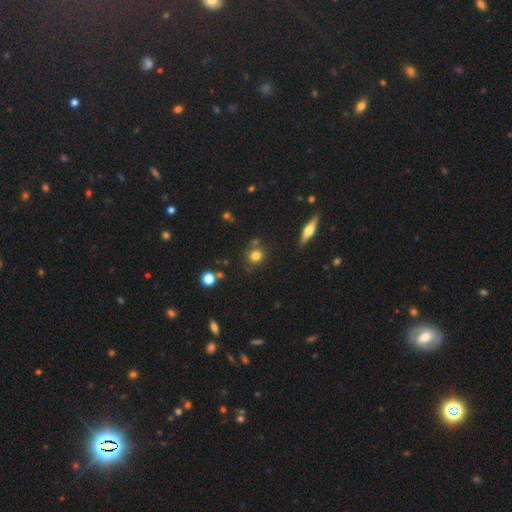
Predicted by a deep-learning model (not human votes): smooth 76%, star or artifact 13%, featured or disk 11%. Down the decision tree: how rounded — round (79%); merging — none (73%).